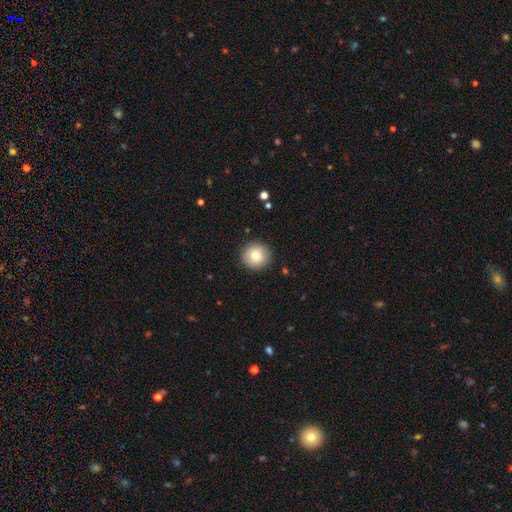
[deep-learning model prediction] Smooth or featured? smooth (80%)
How rounded? round (94%)
Merging? none (91%)